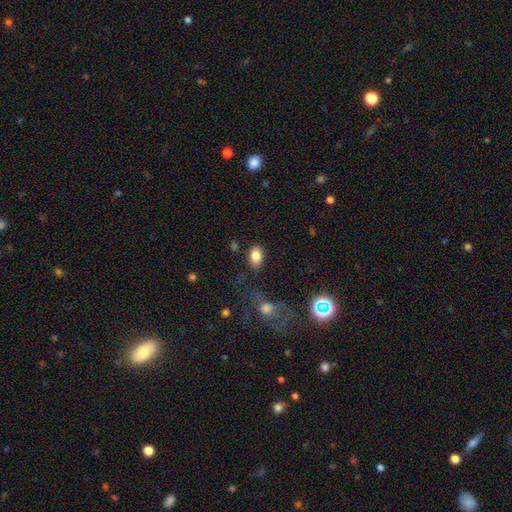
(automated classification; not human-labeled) Smooth or featured: smooth — 84% (star or artifact — 9%)
How rounded: in between — 85% (round — 14%)
Merging: none — 82% (minor disturbance — 11%)